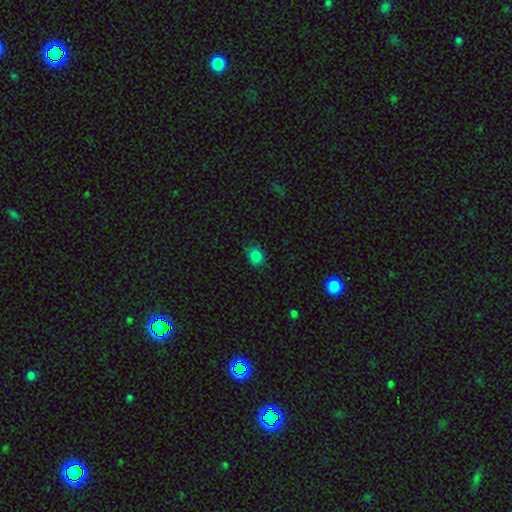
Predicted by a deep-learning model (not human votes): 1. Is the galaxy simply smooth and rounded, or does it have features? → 84% smooth, 12% star or artifact, 4% featured or disk.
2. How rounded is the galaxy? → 61% round, 38% in between, 1% cigar-shaped.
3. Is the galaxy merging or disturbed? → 78% none, 17% minor disturbance, 4% major disturbance, 1% merger.